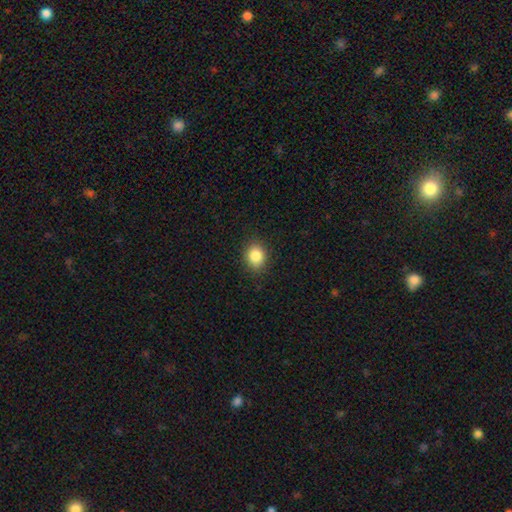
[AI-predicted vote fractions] Smooth or featured: smooth — 85% (star or artifact — 10%)
How rounded: round — 57% (in between — 42%)
Merging: none — 88% (minor disturbance — 8%)